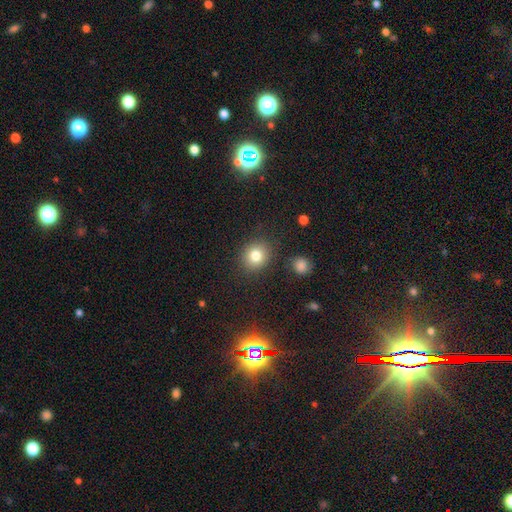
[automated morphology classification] This appears to be a smooth galaxy with no disk features (80%) that is round (77%). Merging: none (86%).